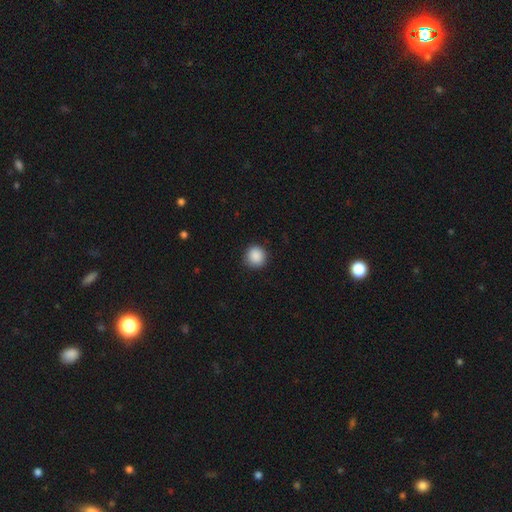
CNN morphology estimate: A smooth galaxy with no disk features (89%) that is round (93%). Merging: none (90%).